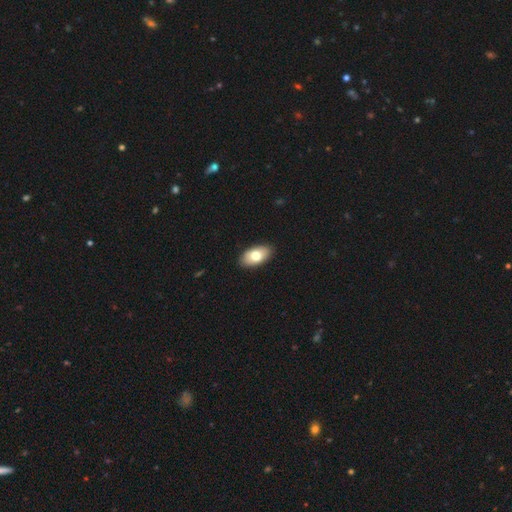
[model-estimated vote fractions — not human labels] Smooth or featured? smooth (74%)
How rounded? in between (94%)
Merging? none (89%)